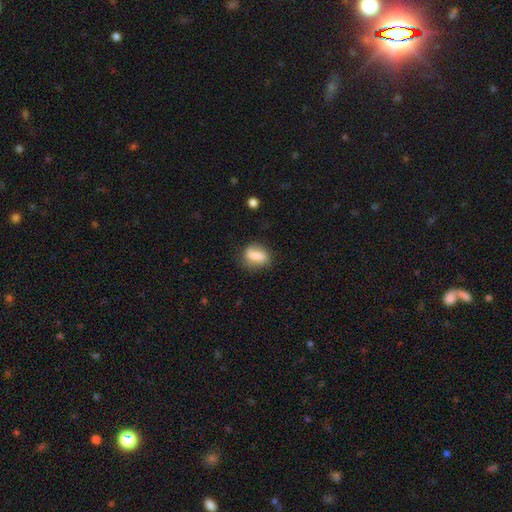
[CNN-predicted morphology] Q: Smooth or featured?
A: smooth (67%); runner-up: featured or disk (25%)
Q: How rounded?
A: in between (67%); runner-up: round (28%)
Q: Merging?
A: none (73%); runner-up: minor disturbance (20%)